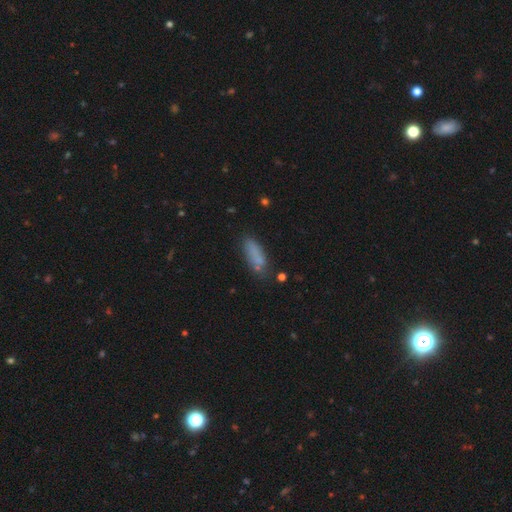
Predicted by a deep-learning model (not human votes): smooth_or_featured: smooth (p=0.74) [alt: featured or disk p=0.16]
how_rounded: in between (p=0.58) [alt: cigar-shaped p=0.40]
merging: none (p=0.64) [alt: minor disturbance p=0.21]